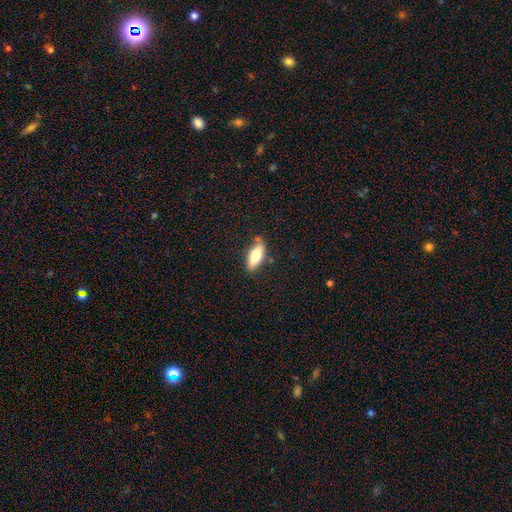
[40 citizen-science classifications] Morphology: type=smooth (88%); roundness=in between (77%); merging=none (80%).